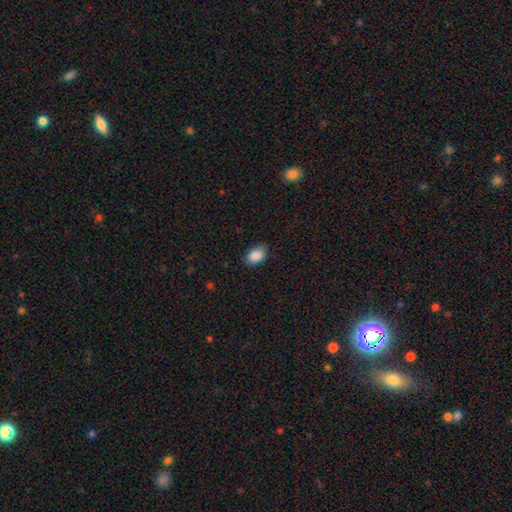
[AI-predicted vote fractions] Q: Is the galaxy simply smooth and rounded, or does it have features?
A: smooth — 88%.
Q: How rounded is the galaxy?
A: in between — 89%.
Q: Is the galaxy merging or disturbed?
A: none — 82%.